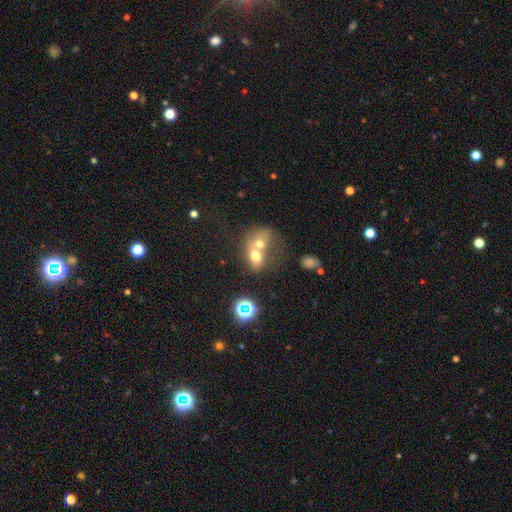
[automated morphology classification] type=smooth (60%); roundness=in between (50%); merging=merger (72%).